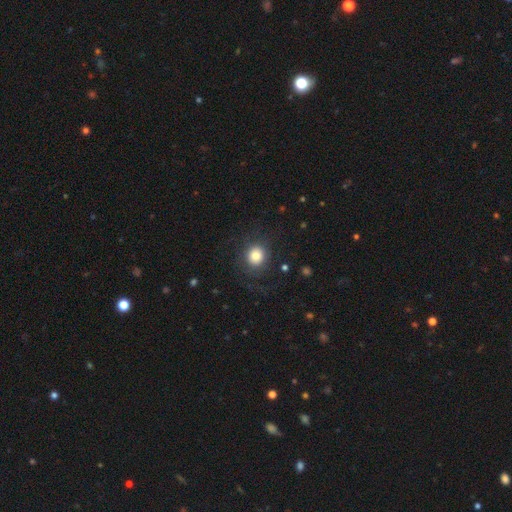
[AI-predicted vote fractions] Smooth or featured?
  - smooth: 80% *
  - star or artifact: 10%
  - featured or disk: 10%
How rounded?
  - round: 84% *
  - in between: 15%
  - cigar-shaped: 1%
Merging?
  - none: 79% *
  - minor disturbance: 11%
  - major disturbance: 8%
  - merger: 1%